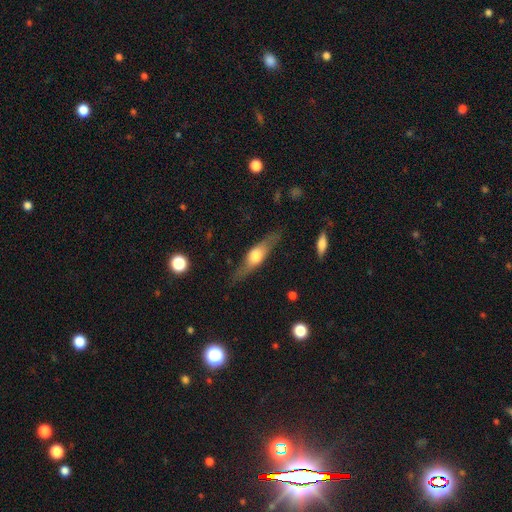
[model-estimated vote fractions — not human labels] Morphology: type=featured or disk (57%); edge-on=yes (89%); edge-on bulge=rounded (91%); merging=none (79%).